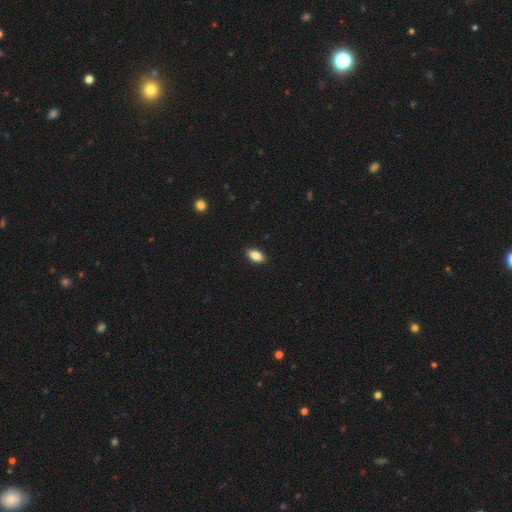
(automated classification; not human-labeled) smooth 86%, star or artifact 7%, featured or disk 6%. Down the decision tree: how rounded — in between (92%); merging — none (90%).